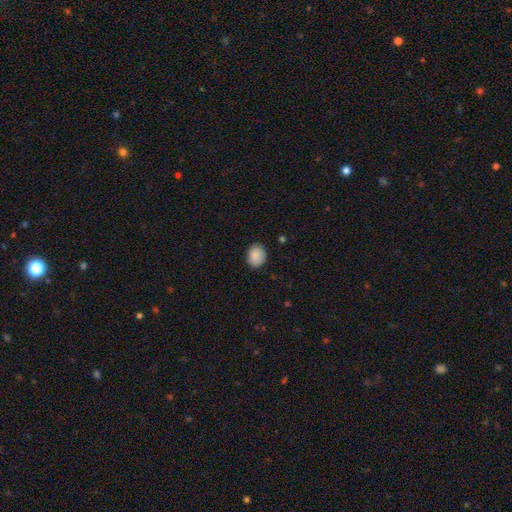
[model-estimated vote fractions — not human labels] Morphology: type=smooth (88%); roundness=in between (53%); merging=none (84%).